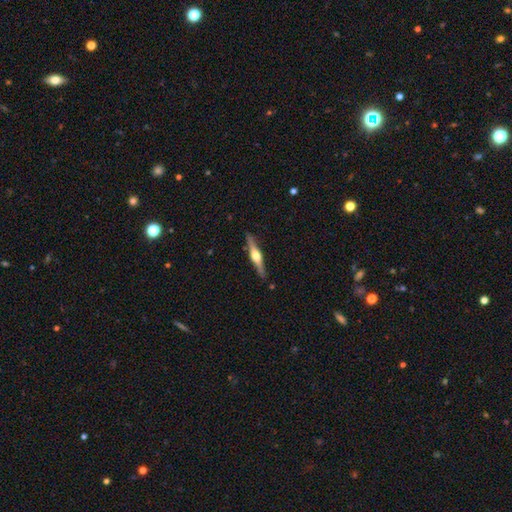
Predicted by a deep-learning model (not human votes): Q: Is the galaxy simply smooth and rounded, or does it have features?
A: featured or disk — 73%.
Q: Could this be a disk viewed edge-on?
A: yes — 97%.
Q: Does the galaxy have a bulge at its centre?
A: rounded — 93%.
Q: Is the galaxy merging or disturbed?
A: none — 88%.